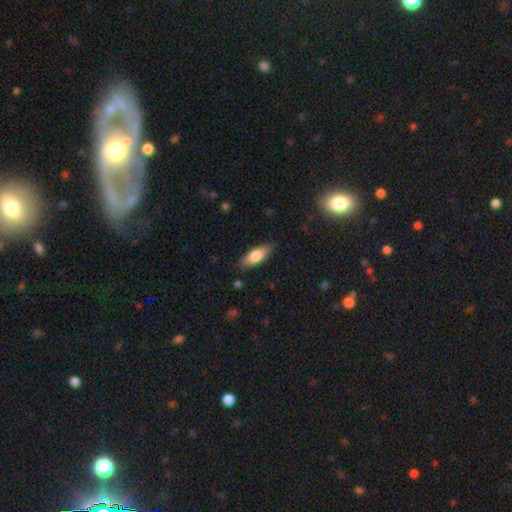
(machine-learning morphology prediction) This appears to be a smooth galaxy with no disk features (78%) that is in between round and cigar-shaped (74%). Merging: none (84%).